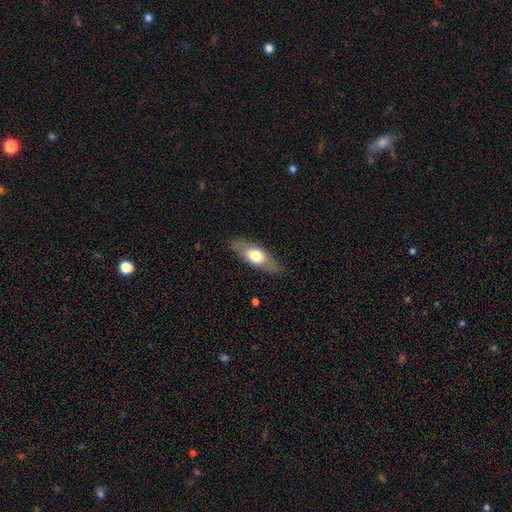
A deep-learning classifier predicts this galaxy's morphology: Q: Smooth or featured?
A: smooth (58%); runner-up: featured or disk (37%)
Q: How rounded?
A: in between (72%); runner-up: cigar-shaped (24%)
Q: Merging?
A: none (84%); runner-up: minor disturbance (12%)